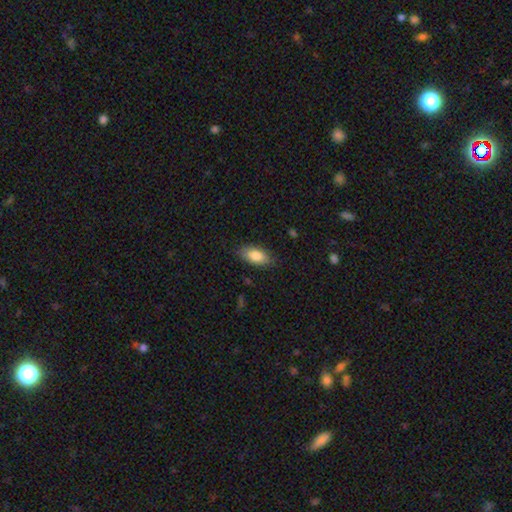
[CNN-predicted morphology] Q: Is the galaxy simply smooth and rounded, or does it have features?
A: smooth — 84%.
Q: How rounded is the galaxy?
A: in between — 91%.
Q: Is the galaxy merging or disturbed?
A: none — 82%.